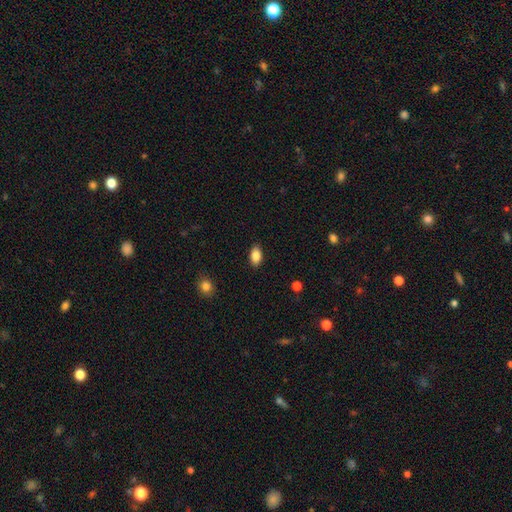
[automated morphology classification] smooth-or-featured: smooth: 86% | star or artifact: 8% | featured or disk: 6%
  how-rounded: in between: 91% | round: 6% | cigar-shaped: 3%
  merging: none: 88% | minor disturbance: 9% | major disturbance: 2% | merger: 1%